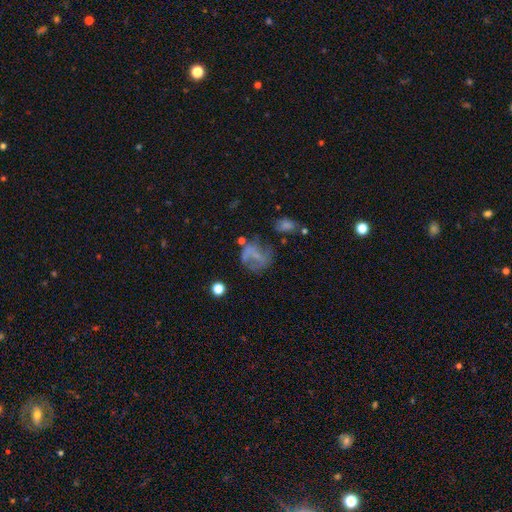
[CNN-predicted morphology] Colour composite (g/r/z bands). It shows a featured or disk galaxy (49%). Merging: none (44%).